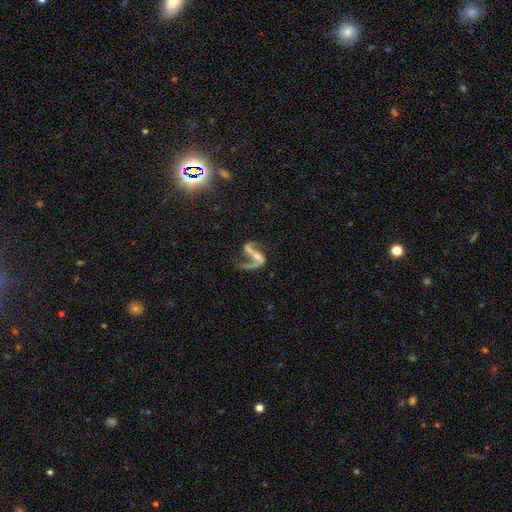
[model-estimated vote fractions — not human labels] Overall: featured or disk (86%). Edge-on disk: no (96%). Bar: strong (43%; weak 31%). Spiral arms: yes (93%). Spiral arm count: 2 (79%). Spiral winding: loose (76%). Bulge size: small (51%; moderate 28%). Merging: none (45%; major disturbance 27%).